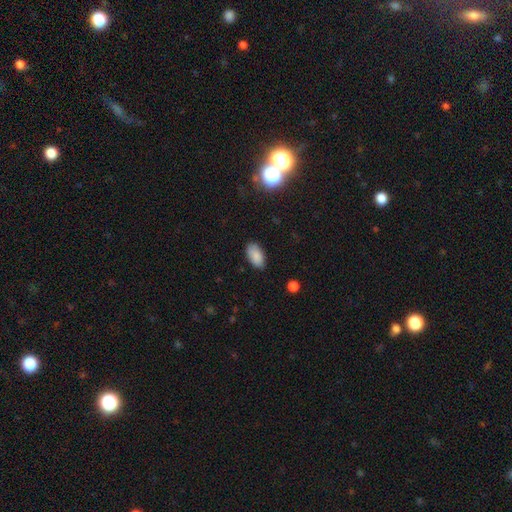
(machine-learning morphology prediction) A smooth galaxy with no disk features (87%) that is in between round and cigar-shaped (94%).

Vote fractions:
- Smooth or featured? smooth: 87% / star or artifact: 8% / featured or disk: 5%
- How rounded? in between: 94% / round: 3% / cigar-shaped: 3%
- Merging? none: 81% / minor disturbance: 15% / major disturbance: 3% / merger: 1%